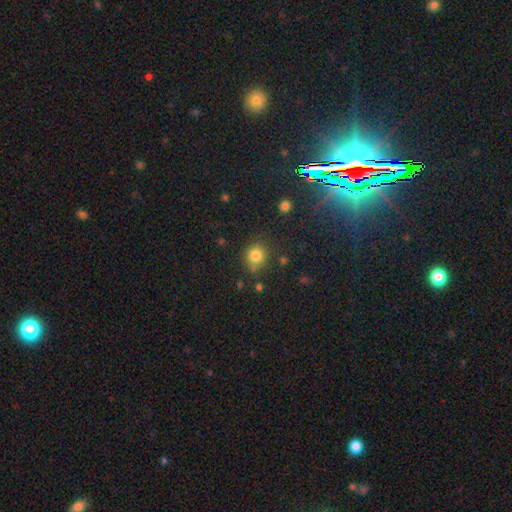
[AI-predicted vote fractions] This appears to be a smooth galaxy with no disk features (80%) that is round (85%). Merging: none (76%).